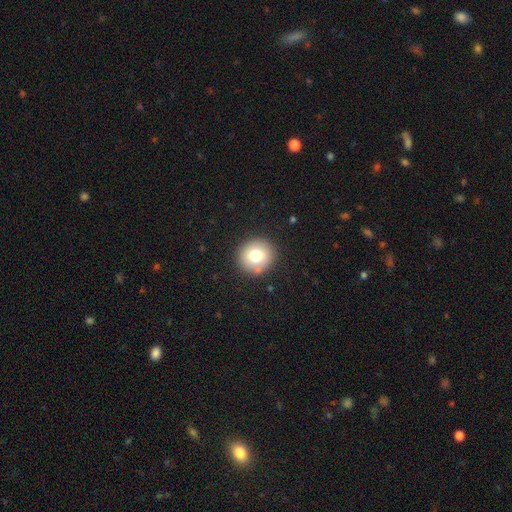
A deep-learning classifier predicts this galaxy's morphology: smooth 76%, featured or disk 14%, star or artifact 10%. Down the decision tree: how rounded — round (90%); merging — none (88%).